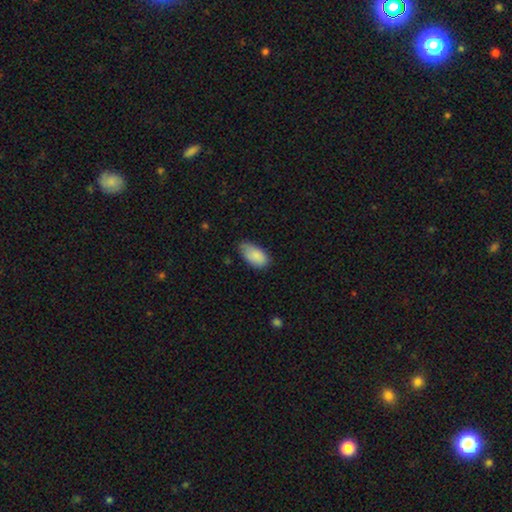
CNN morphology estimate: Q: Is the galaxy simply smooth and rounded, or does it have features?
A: smooth — 87%.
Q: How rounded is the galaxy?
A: in between — 94%.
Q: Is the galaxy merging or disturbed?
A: none — 57%.